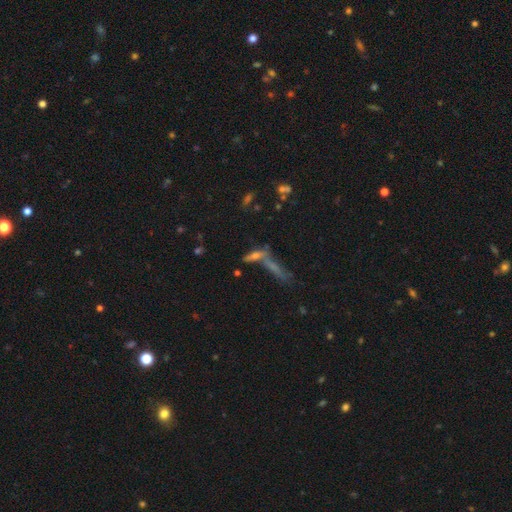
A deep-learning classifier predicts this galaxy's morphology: Smooth or featured?
  - smooth: 45% *
  - featured or disk: 35%
  - star or artifact: 20%
Merging?
  - none: 44% *
  - merger: 38%
  - minor disturbance: 11%
  - major disturbance: 8%